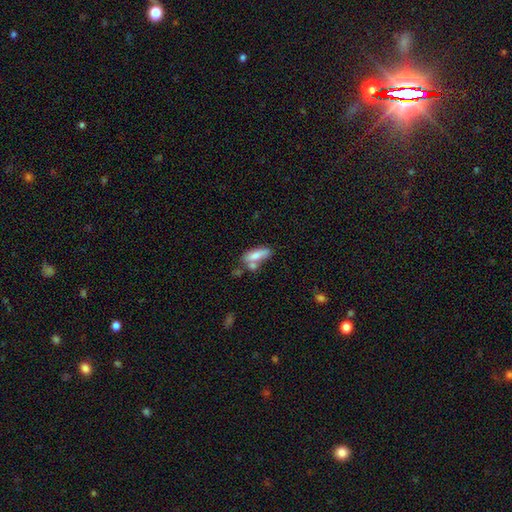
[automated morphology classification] Smooth or featured? Predicted: smooth (p=0.73). How rounded? Predicted: in between (p=0.59). Merging? Predicted: none (p=0.45).